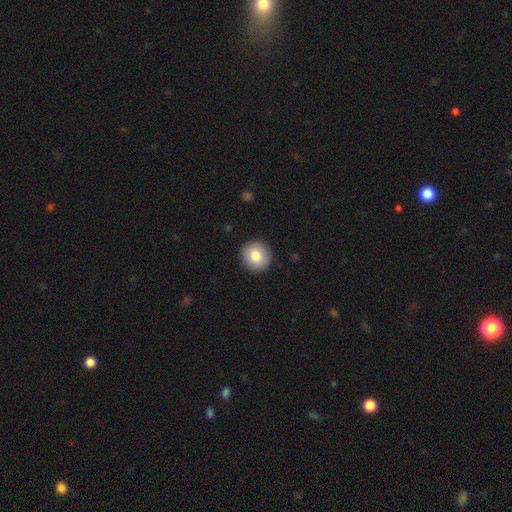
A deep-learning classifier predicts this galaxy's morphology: smooth-or-featured: smooth: 83% | featured or disk: 9% | star or artifact: 8%
  how-rounded: round: 93% | in between: 6% | cigar-shaped: 1%
  merging: none: 91% | minor disturbance: 6% | major disturbance: 2% | merger: 1%